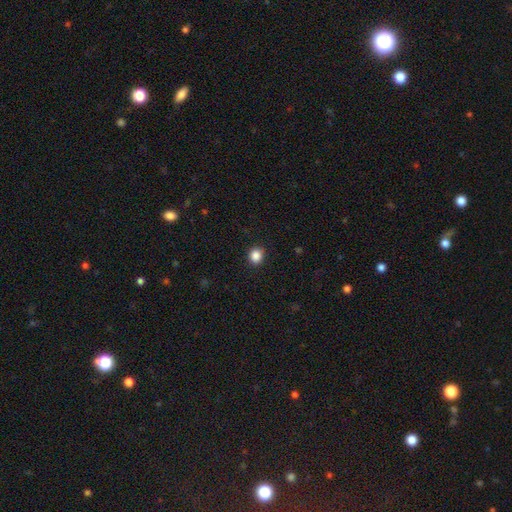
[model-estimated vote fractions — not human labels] Morphology: type=smooth (87%); roundness=round (77%); merging=none (90%).